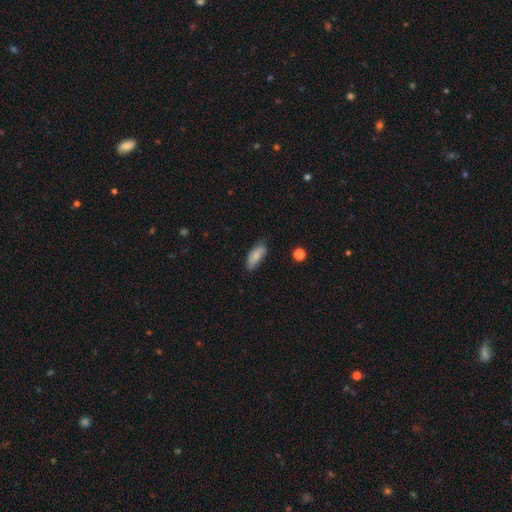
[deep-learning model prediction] Smooth or featured? Predicted: smooth (p=0.80). How rounded? Predicted: in between (p=0.82). Merging? Predicted: none (p=0.73).